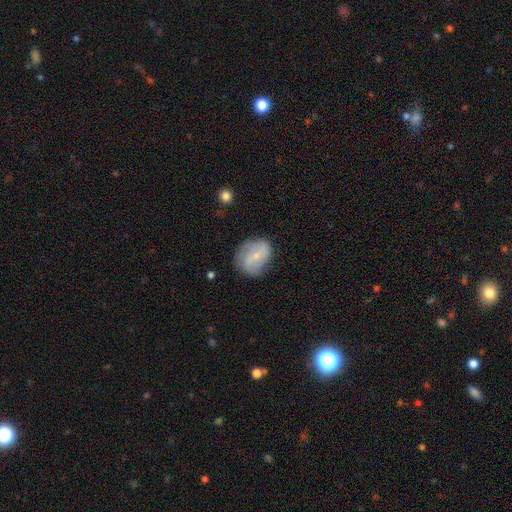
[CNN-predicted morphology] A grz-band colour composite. It shows a featured or disk galaxy (50%). Merging: none (69%).